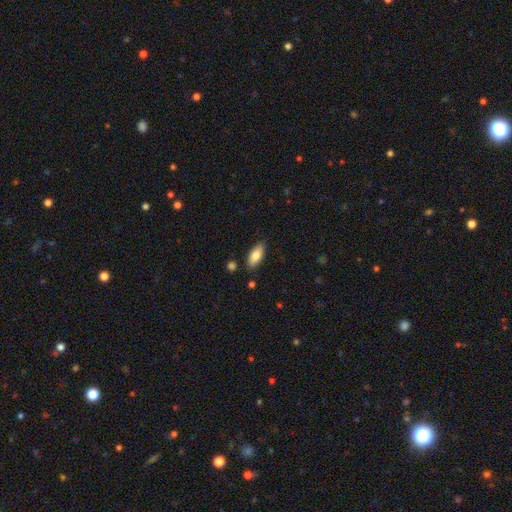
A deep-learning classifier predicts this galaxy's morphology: Smooth or featured?
  - smooth: 79% *
  - featured or disk: 14%
  - star or artifact: 6%
How rounded?
  - in between: 83% *
  - cigar-shaped: 15%
  - round: 2%
Merging?
  - none: 85% *
  - minor disturbance: 11%
  - merger: 2%
  - major disturbance: 2%